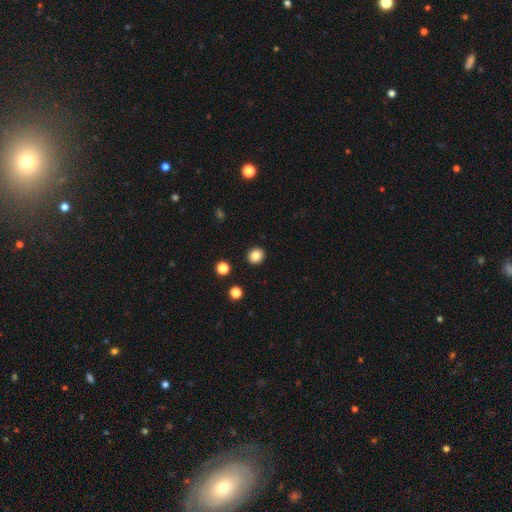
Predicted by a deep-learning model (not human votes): smooth 84%, star or artifact 11%, featured or disk 5%. Down the decision tree: how rounded — round (88%); merging — none (92%).